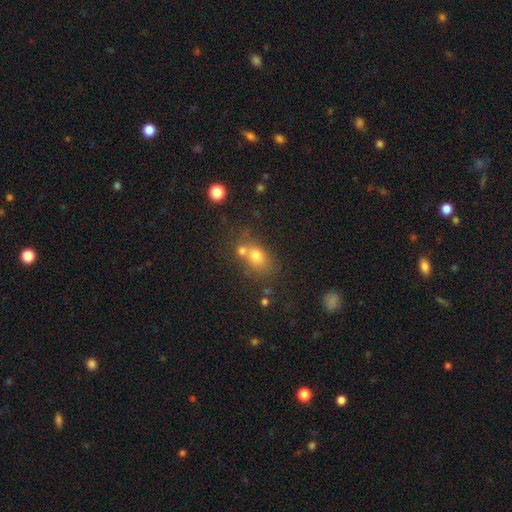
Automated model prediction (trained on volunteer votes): Overall: smooth (72%). How rounded: in between (57%; round 41%). Merging: none (45%; merger 35%).